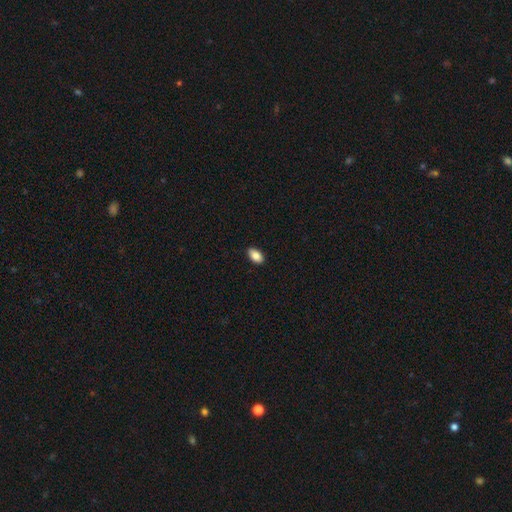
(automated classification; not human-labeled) smooth-or-featured: smooth: 86% | star or artifact: 7% | featured or disk: 7%
  how-rounded: in between: 92% | round: 5% | cigar-shaped: 2%
  merging: none: 89% | minor disturbance: 8% | major disturbance: 2% | merger: 1%